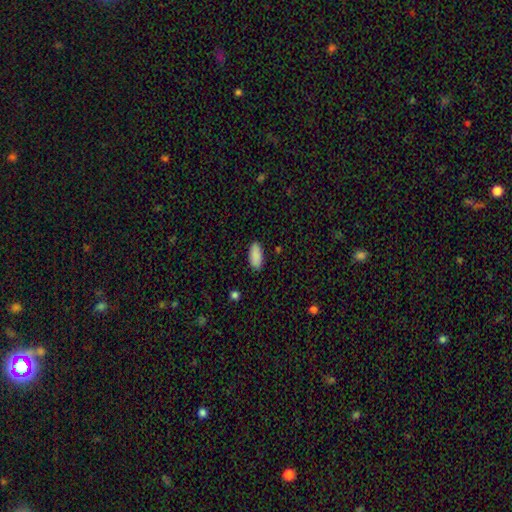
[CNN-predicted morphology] smooth_or_featured: smooth (p=0.90) [alt: star or artifact p=0.07]
how_rounded: in between (p=0.87) [alt: cigar-shaped p=0.11]
merging: none (p=0.88) [alt: minor disturbance p=0.09]